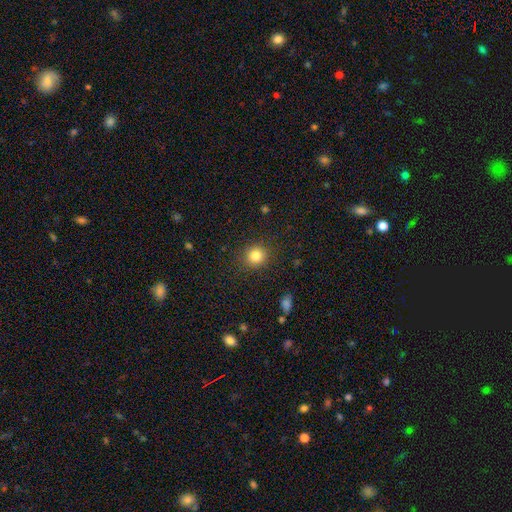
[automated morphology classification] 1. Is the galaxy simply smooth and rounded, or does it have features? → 83% smooth, 11% star or artifact, 5% featured or disk.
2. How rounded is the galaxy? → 87% round, 12% in between, 1% cigar-shaped.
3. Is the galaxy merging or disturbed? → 89% none, 7% minor disturbance, 3% major disturbance, 1% merger.